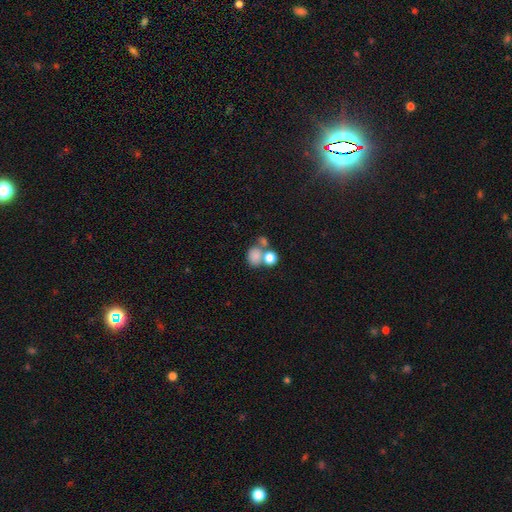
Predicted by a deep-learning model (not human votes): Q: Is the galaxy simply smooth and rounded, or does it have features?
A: smooth — 77%.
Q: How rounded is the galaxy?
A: round — 64%.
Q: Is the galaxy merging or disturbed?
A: merger — 47%.